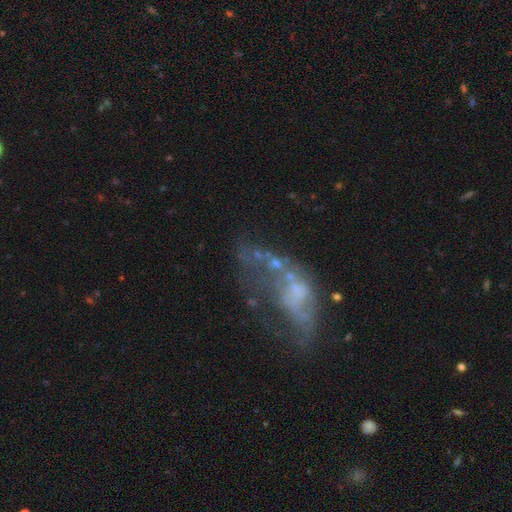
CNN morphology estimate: smooth_or_featured: featured or disk (p=0.59) [alt: smooth p=0.22]
disk_edge_on: no (p=0.93) [alt: yes p=0.07]
bar: no (p=0.86) [alt: weak p=0.11]
has_spiral_arms: no (p=0.85) [alt: yes p=0.15]
bulge_size: none (p=0.58) [alt: small p=0.24]
merging: major disturbance (p=0.39) [alt: none p=0.25]